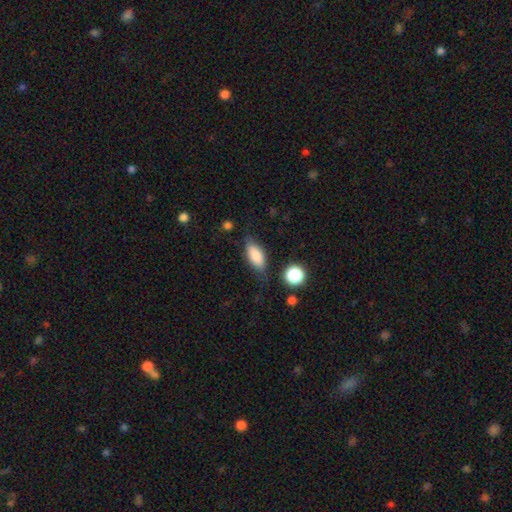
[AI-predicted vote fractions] Q: Smooth or featured?
A: smooth (79%); runner-up: featured or disk (13%)
Q: How rounded?
A: in between (79%); runner-up: cigar-shaped (17%)
Q: Merging?
A: none (70%); runner-up: minor disturbance (20%)